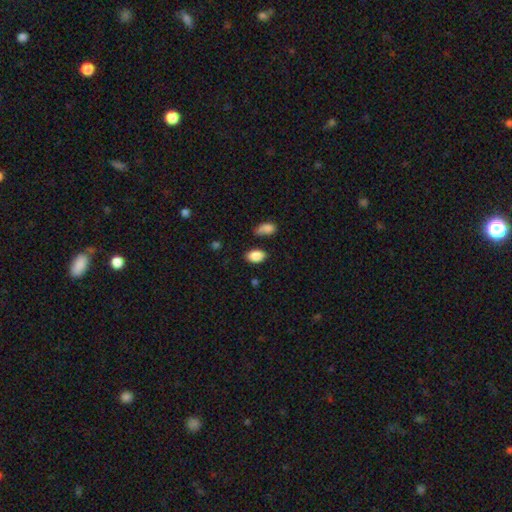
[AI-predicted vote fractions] Smooth or featured: smooth — 87% (star or artifact — 8%)
How rounded: in between — 87% (round — 12%)
Merging: none — 76% (minor disturbance — 15%)